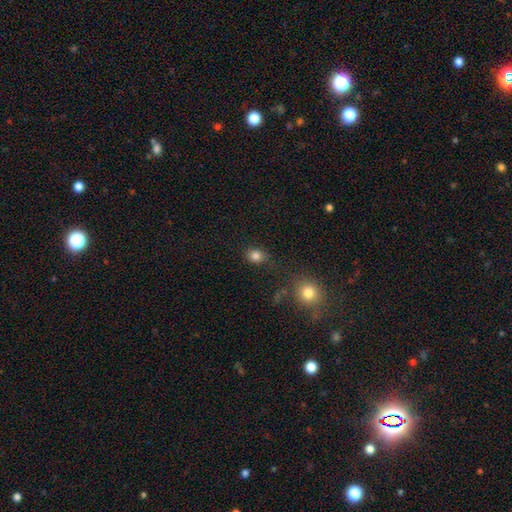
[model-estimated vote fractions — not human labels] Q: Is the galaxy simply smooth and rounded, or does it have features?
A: smooth — 82%.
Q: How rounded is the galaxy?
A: round — 59%.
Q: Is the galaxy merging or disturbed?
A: none — 77%.